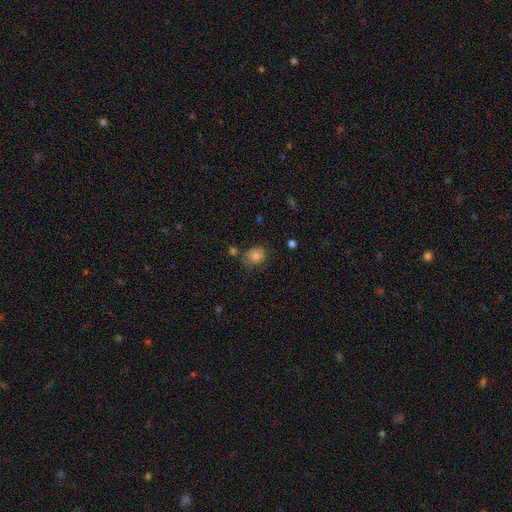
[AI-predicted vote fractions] Morphology: type=smooth (77%); roundness=round (54%); merging=none (68%).